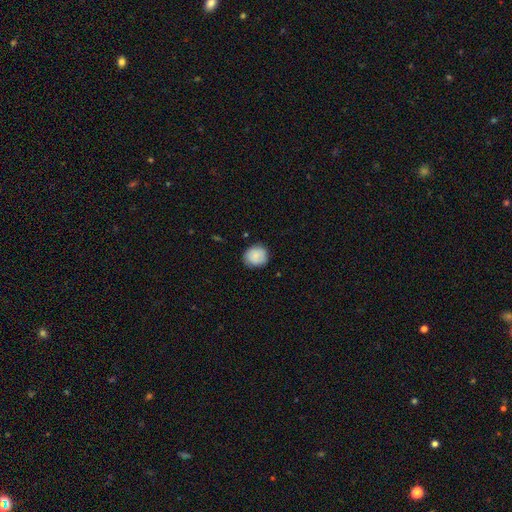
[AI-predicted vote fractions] smooth-or-featured: smooth: 85% | featured or disk: 8% | star or artifact: 7%
  how-rounded: round: 83% | in between: 16% | cigar-shaped: 1%
  merging: none: 82% | minor disturbance: 14% | major disturbance: 3% | merger: 1%